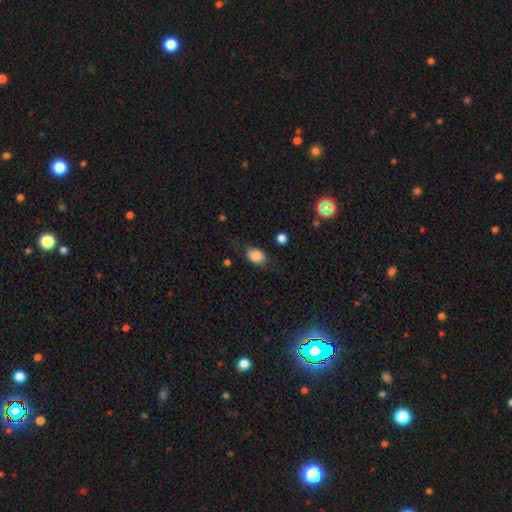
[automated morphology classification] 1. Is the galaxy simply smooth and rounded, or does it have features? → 83% smooth, 9% featured or disk, 8% star or artifact.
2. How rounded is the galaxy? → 78% in between, 20% round, 2% cigar-shaped.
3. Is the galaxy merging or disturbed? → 71% none, 20% minor disturbance, 7% major disturbance, 2% merger.